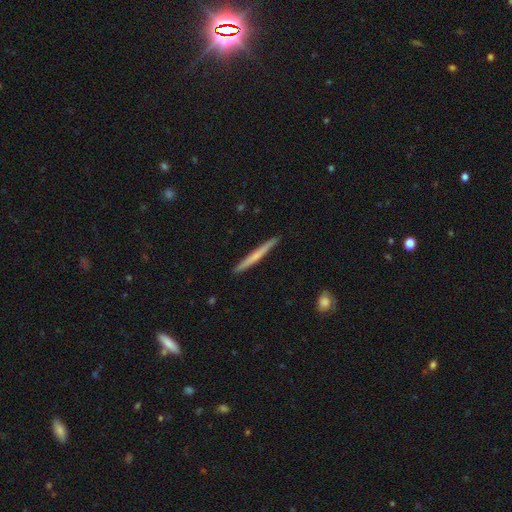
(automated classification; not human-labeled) This is possibly a smooth galaxy (52%). How rounded: clearly cigar-shaped (97%). Merging: clearly none (92%).